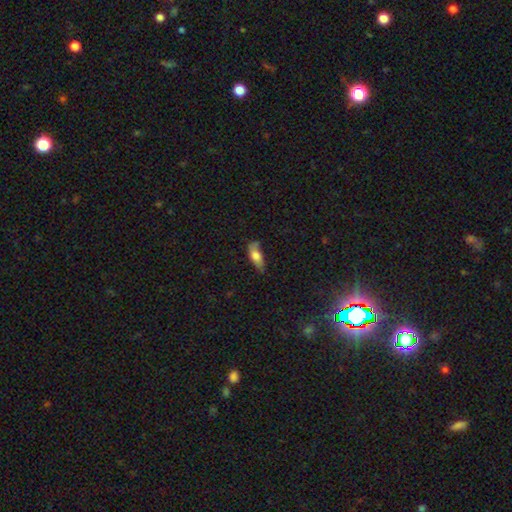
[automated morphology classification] This is likely a smooth galaxy (70%). How rounded: likely in between (72%). Merging: likely none (60%).